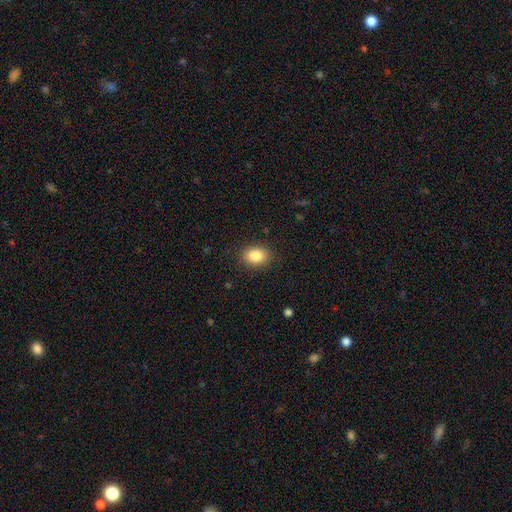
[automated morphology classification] Smooth or featured? smooth (85%)
How rounded? in between (70%)
Merging? none (87%)